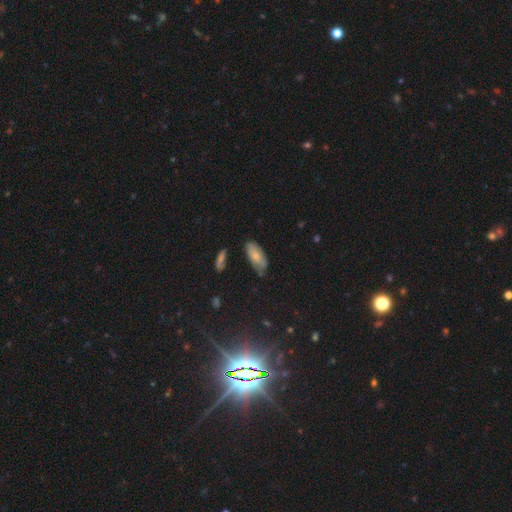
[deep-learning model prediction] A smooth galaxy with no disk features (69%) that is in between round and cigar-shaped (85%).

Vote fractions:
- Smooth or featured? smooth: 69% / featured or disk: 23% / star or artifact: 7%
- How rounded? in between: 85% / cigar-shaped: 13% / round: 2%
- Merging? none: 61% / minor disturbance: 29% / major disturbance: 6% / merger: 4%